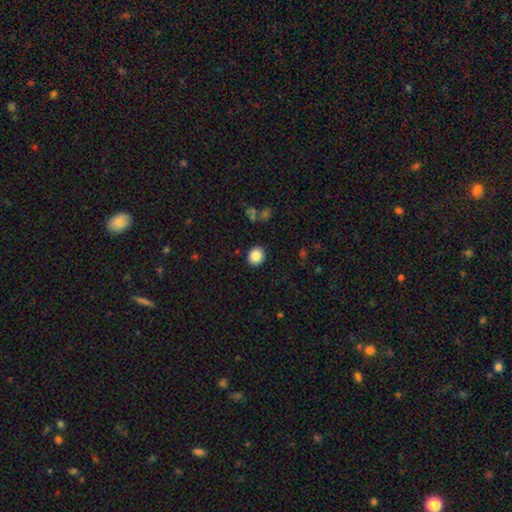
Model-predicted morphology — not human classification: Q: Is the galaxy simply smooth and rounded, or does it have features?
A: smooth — 86%.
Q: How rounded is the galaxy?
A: round — 79%.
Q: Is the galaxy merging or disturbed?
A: none — 90%.